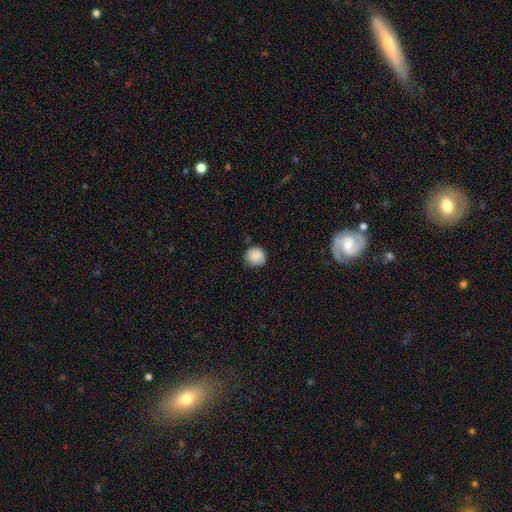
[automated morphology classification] This is clearly a smooth galaxy (86%). How rounded: clearly round (90%). Merging: likely none (78%).